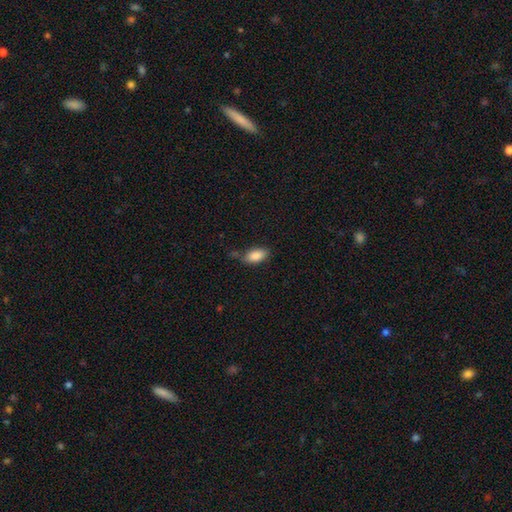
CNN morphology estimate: The model was most divided on "merging": none: 64%, minor disturbance: 23%, merger: 7%, major disturbance: 6%. More confident: how rounded — in between (92%); smooth or featured — smooth (86%).